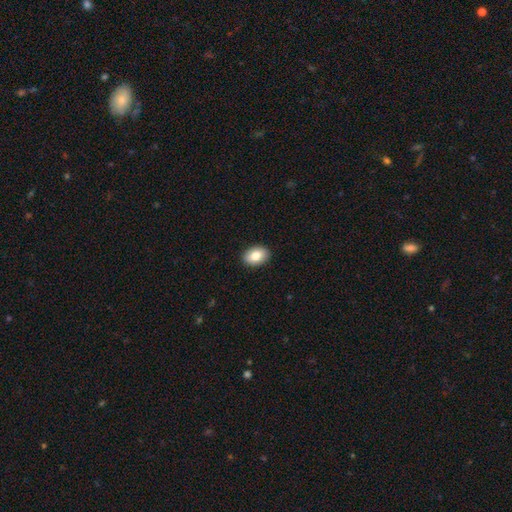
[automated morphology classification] Overall: smooth (83%). How rounded: in between (83%). Merging: none (90%).